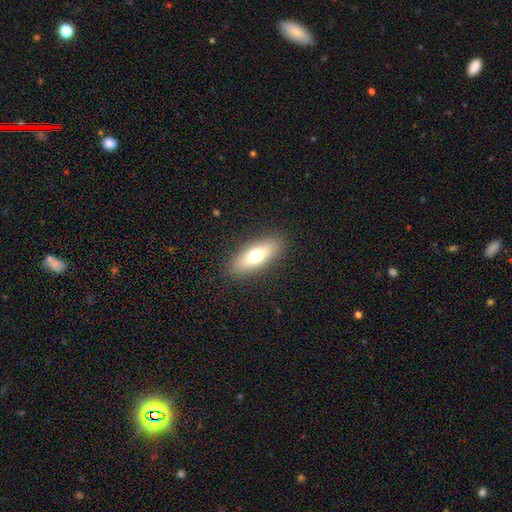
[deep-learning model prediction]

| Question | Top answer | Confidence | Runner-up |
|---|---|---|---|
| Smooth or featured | smooth | 69% | featured or disk (24%) |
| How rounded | in between | 64% | cigar-shaped (34%) |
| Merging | none | 88% | minor disturbance (9%) |